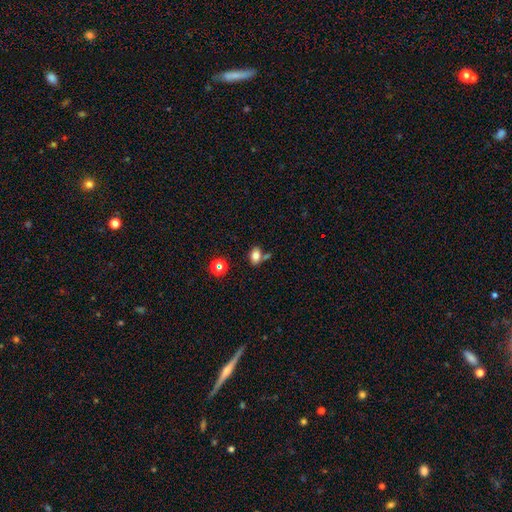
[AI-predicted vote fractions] Smooth or featured?
  - smooth: 77% *
  - star or artifact: 12%
  - featured or disk: 11%
How rounded?
  - in between: 81% *
  - round: 17%
  - cigar-shaped: 2%
Merging?
  - none: 64% *
  - merger: 19%
  - minor disturbance: 14%
  - major disturbance: 4%